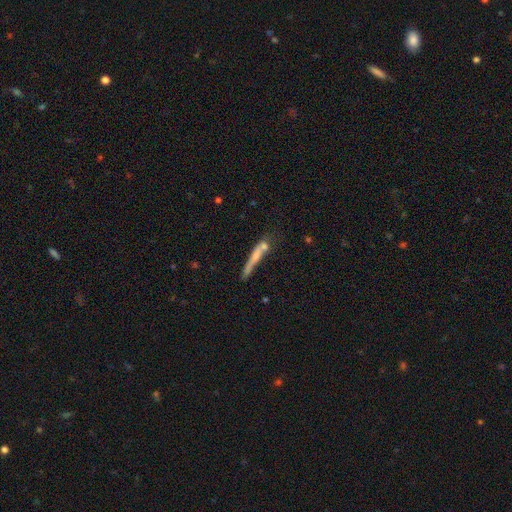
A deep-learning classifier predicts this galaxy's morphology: smooth-or-featured: smooth: 47% | featured or disk: 43% | star or artifact: 9%
  merging: none: 53% | minor disturbance: 19% | merger: 18% | major disturbance: 10%